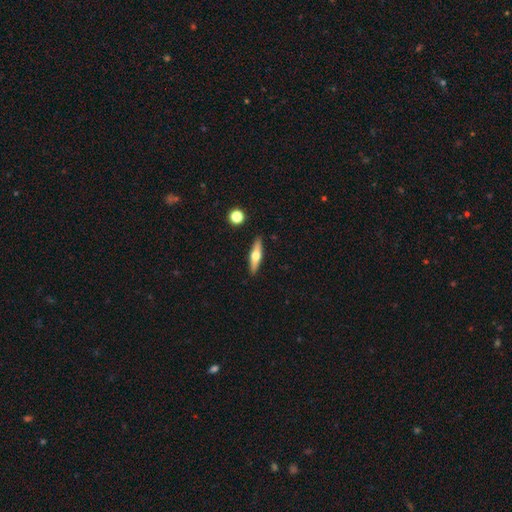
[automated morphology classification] A featured or disk galaxy (51%) viewed edge-on (92%).

Vote fractions:
- Smooth or featured? featured or disk: 51% / smooth: 43% / star or artifact: 6%
- Edge-on disk? yes: 92% / no: 8%
- Merging? none: 89% / minor disturbance: 7% / merger: 2% / major disturbance: 2%